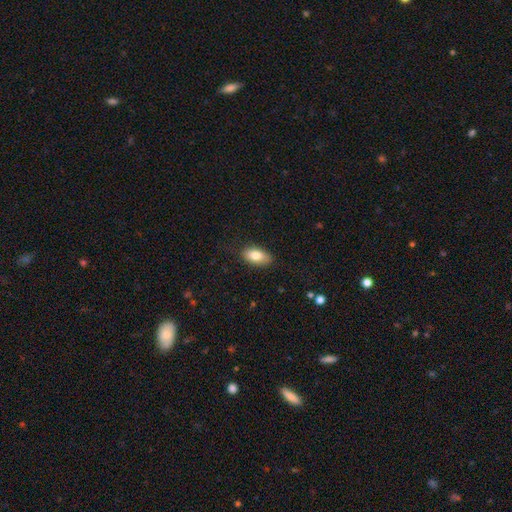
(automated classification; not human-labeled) smooth_or_featured: smooth (p=0.82) [alt: featured or disk p=0.11]
how_rounded: in between (p=0.91) [alt: cigar-shaped p=0.05]
merging: none (p=0.82) [alt: minor disturbance p=0.14]